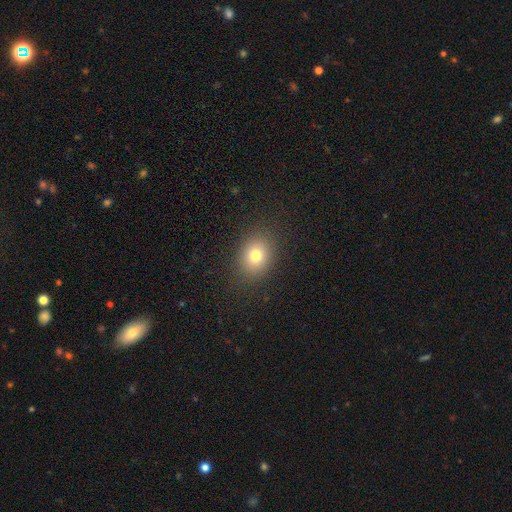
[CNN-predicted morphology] This is likely a smooth galaxy (77%). How rounded: possibly in between (50%). Merging: clearly none (87%).